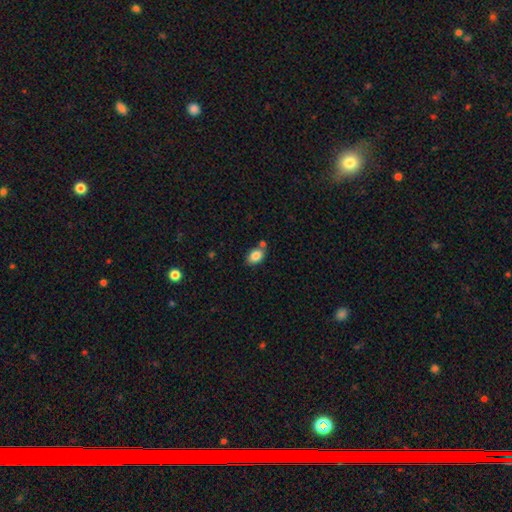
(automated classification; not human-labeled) A smooth galaxy with no disk features (85%) that is in between round and cigar-shaped (81%). Merging: none (69%).